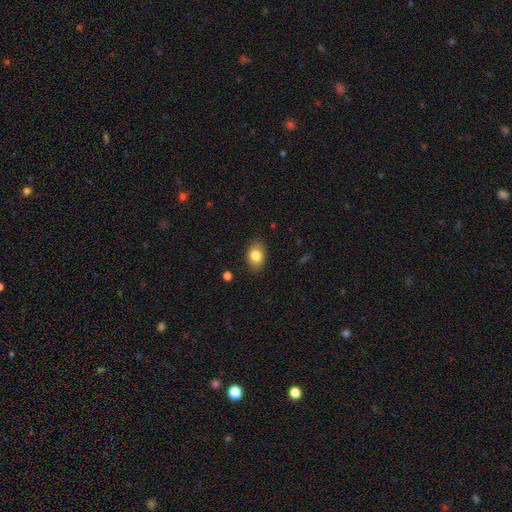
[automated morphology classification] smooth-or-featured: smooth: 82% | featured or disk: 9% | star or artifact: 9%
  how-rounded: in between: 78% | round: 21% | cigar-shaped: 1%
  merging: none: 85% | minor disturbance: 11% | major disturbance: 2% | merger: 1%